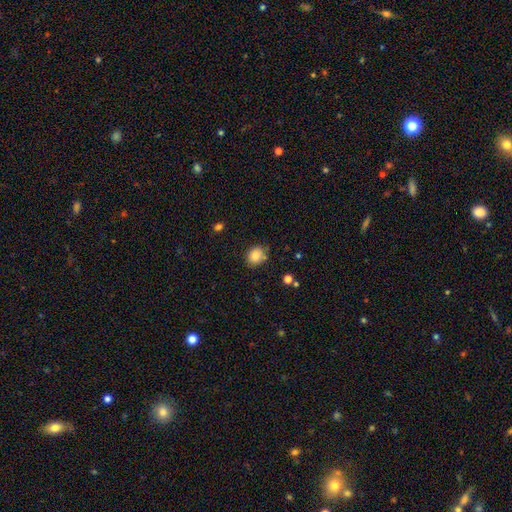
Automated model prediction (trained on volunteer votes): Morphology: type=smooth (85%); roundness=round (60%); merging=none (75%).